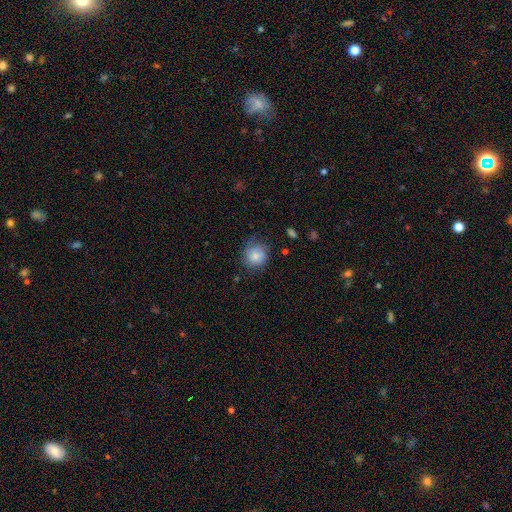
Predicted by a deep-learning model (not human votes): smooth-or-featured: smooth: 79% | featured or disk: 13% | star or artifact: 8%
  how-rounded: round: 82% | in between: 17% | cigar-shaped: 1%
  merging: none: 62% | minor disturbance: 26% | major disturbance: 10% | merger: 2%